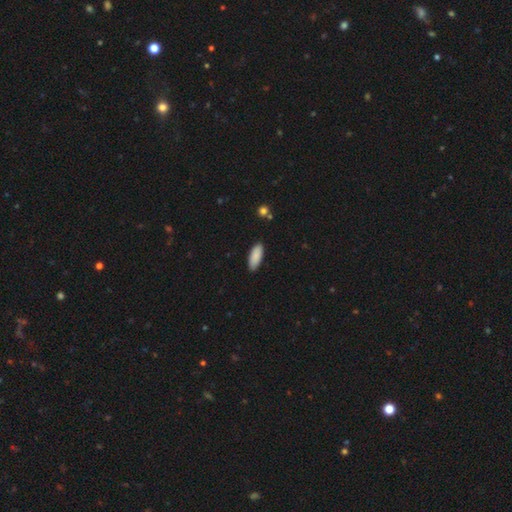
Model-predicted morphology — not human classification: The model was most divided on "how rounded": in between: 77%, cigar-shaped: 21%, round: 2%. More confident: smooth or featured — smooth (90%); merging — none (87%).